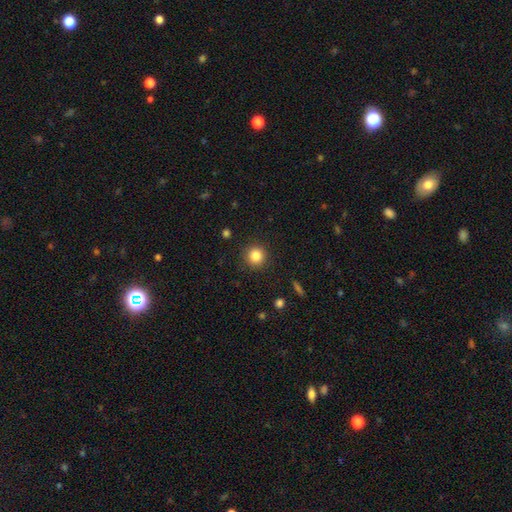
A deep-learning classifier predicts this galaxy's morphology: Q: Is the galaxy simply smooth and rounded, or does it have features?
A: smooth — 85%.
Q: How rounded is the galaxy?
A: round — 93%.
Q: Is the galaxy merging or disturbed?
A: none — 90%.